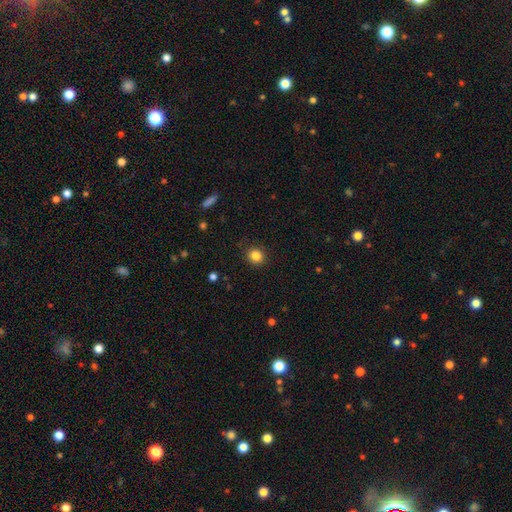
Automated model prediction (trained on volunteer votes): smooth_or_featured: smooth (p=0.85) [alt: star or artifact p=0.11]
how_rounded: round (p=0.85) [alt: in between p=0.14]
merging: none (p=0.89) [alt: minor disturbance p=0.07]